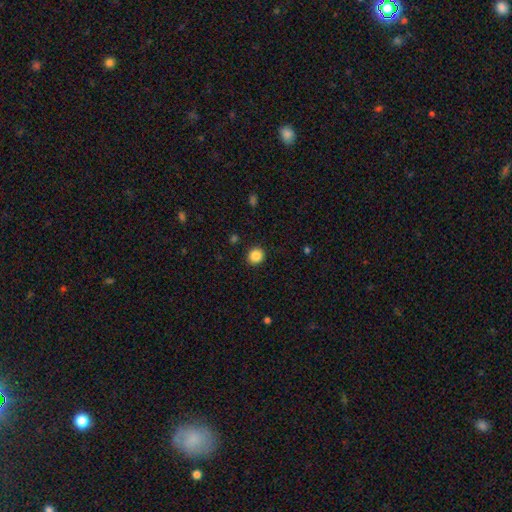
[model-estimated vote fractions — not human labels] Morphology: type=smooth (87%); roundness=round (87%); merging=none (91%).